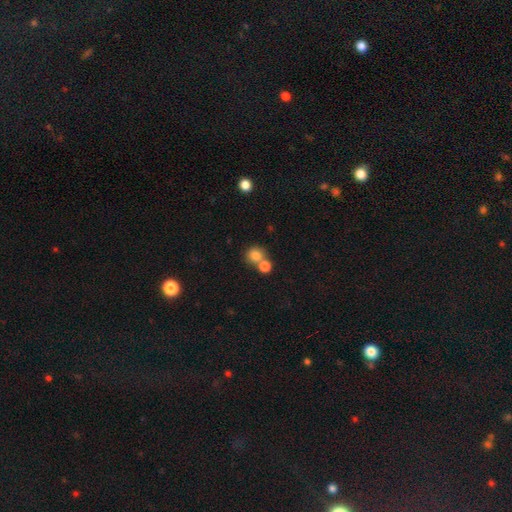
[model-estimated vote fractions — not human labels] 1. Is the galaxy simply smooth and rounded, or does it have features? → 81% smooth, 11% star or artifact, 8% featured or disk.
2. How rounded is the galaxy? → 85% round, 14% in between, 1% cigar-shaped.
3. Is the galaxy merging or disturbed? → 51% none, 40% merger, 7% minor disturbance, 3% major disturbance.